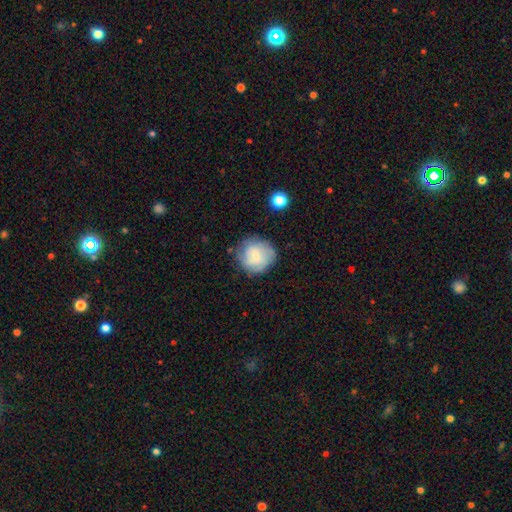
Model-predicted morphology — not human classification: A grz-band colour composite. It shows a featured or disk galaxy (53%) with no bar (67%), spiral arms (82%) and a small central bulge (68%). Merging: none (74%).